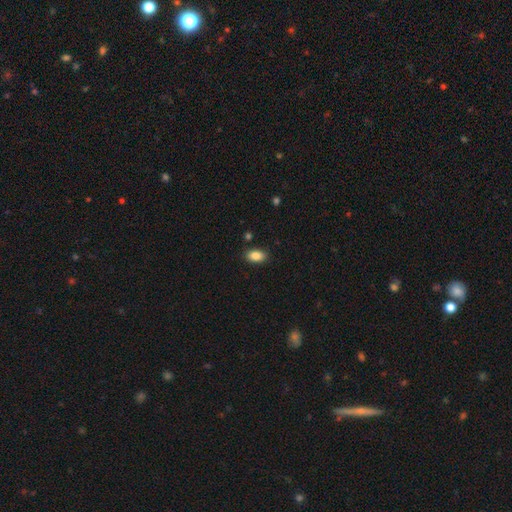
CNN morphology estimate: Overall: smooth (87%). How rounded: in between (91%). Merging: none (87%).